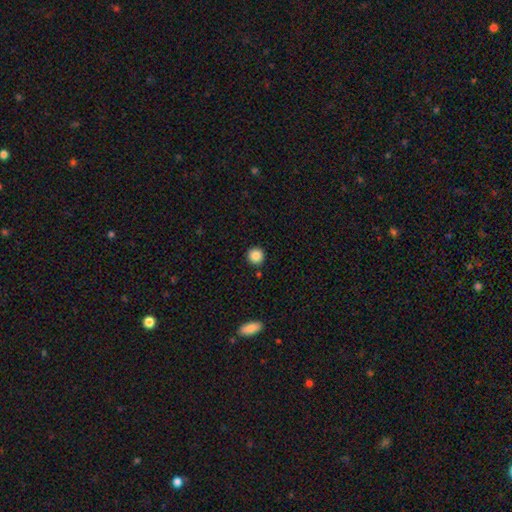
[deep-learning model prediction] smooth 87%, star or artifact 10%, featured or disk 3%. Down the decision tree: how rounded — round (94%); merging — none (89%).